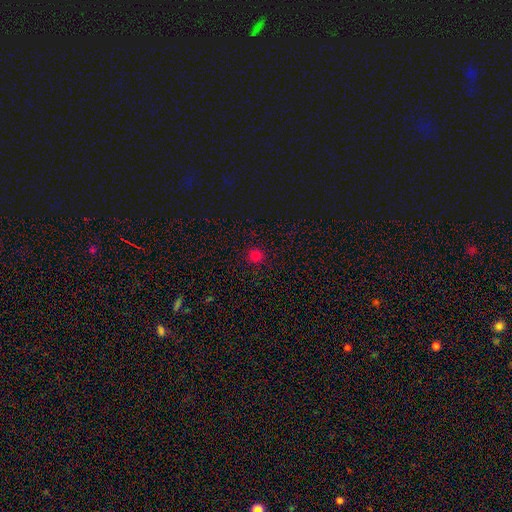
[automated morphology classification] This is likely a smooth galaxy (78%). How rounded: clearly round (94%). Merging: clearly none (92%).